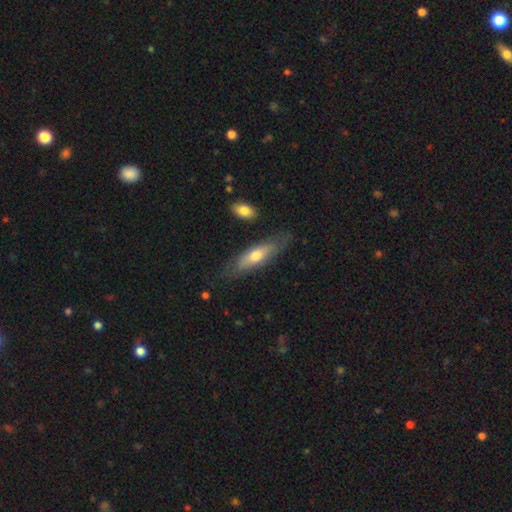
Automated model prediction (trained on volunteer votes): This is possibly a smooth galaxy (57%). How rounded: possibly cigar-shaped (55%). Merging: likely none (74%).